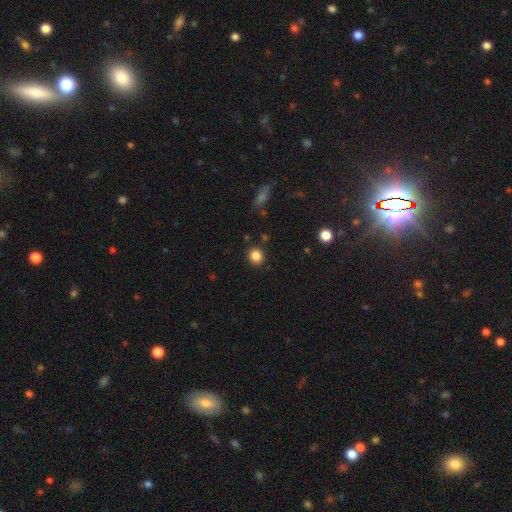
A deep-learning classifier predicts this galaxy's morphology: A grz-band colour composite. It shows a smooth galaxy with no disk features (85%) that is round (88%). Merging: none (88%).